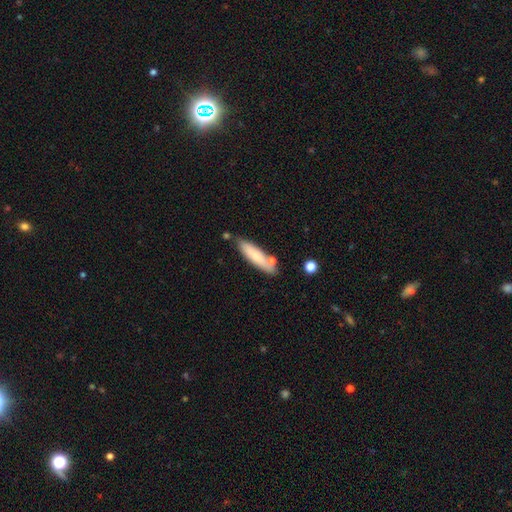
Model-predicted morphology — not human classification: smooth 78%, featured or disk 16%, star or artifact 6%. Down the decision tree: how rounded — cigar-shaped (73%); merging — none (74%).